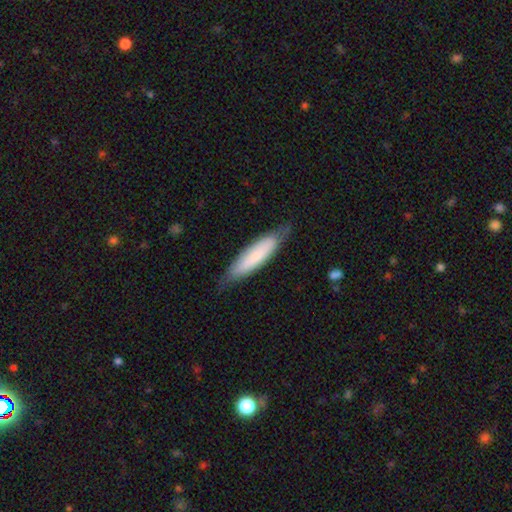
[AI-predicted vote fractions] smooth-or-featured: smooth: 72% | featured or disk: 22% | star or artifact: 6%
  how-rounded: cigar-shaped: 74% | in between: 25% | round: 1%
  merging: none: 75% | minor disturbance: 20% | major disturbance: 4% | merger: 1%